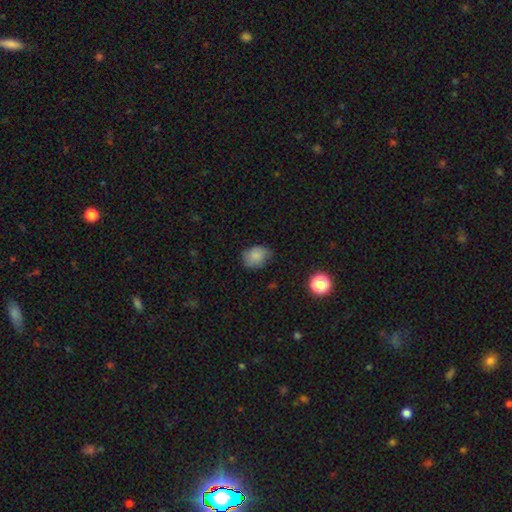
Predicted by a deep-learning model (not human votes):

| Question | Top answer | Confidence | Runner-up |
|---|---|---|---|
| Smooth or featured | smooth | 80% | featured or disk (10%) |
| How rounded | in between | 51% | round (48%) |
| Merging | none | 65% | minor disturbance (27%) |